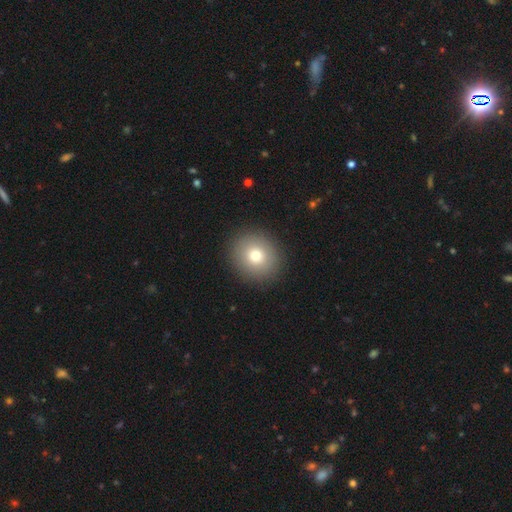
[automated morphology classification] Overall: smooth (75%). How rounded: round (83%). Merging: none (90%).